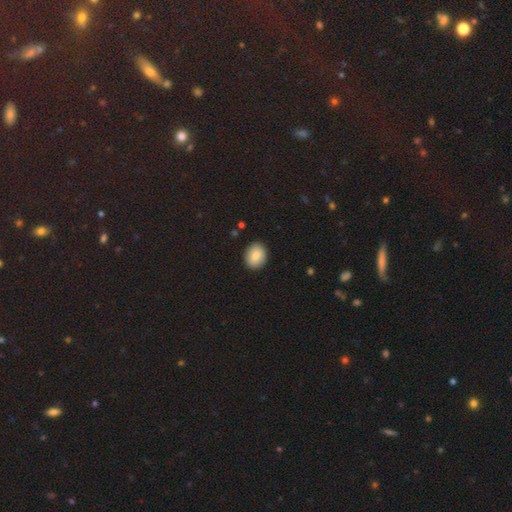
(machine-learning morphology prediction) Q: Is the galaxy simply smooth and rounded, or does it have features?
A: smooth — 83%.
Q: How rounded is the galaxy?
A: round — 50%.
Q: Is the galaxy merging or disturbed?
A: none — 89%.